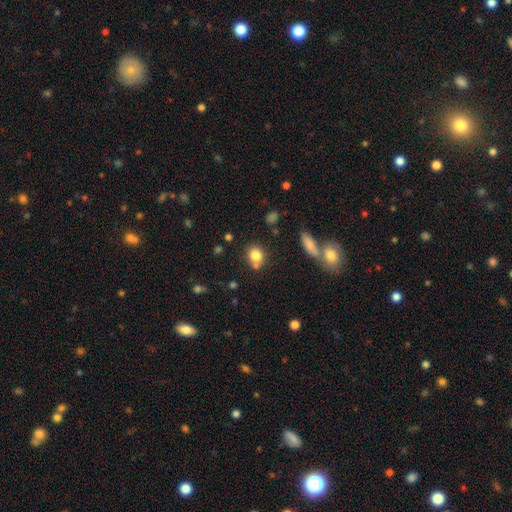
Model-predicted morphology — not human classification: smooth-or-featured: smooth: 80% | star or artifact: 11% | featured or disk: 9%
  how-rounded: round: 68% | in between: 31% | cigar-shaped: 1%
  merging: none: 61% | merger: 23% | minor disturbance: 12% | major disturbance: 4%